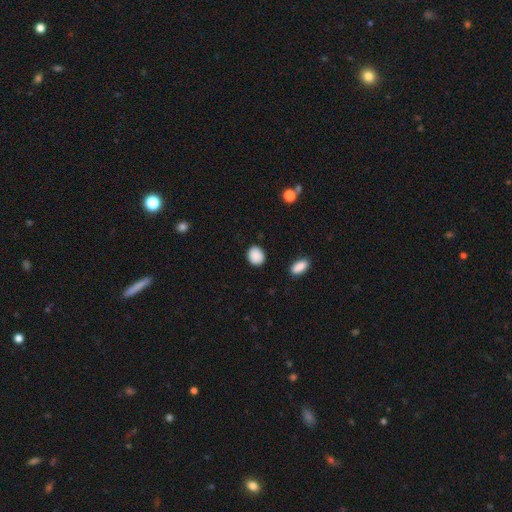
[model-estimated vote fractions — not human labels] The model was most divided on "how rounded": round: 55%, in between: 44%, cigar-shaped: 1%. More confident: smooth or featured — smooth (89%); merging — none (87%).